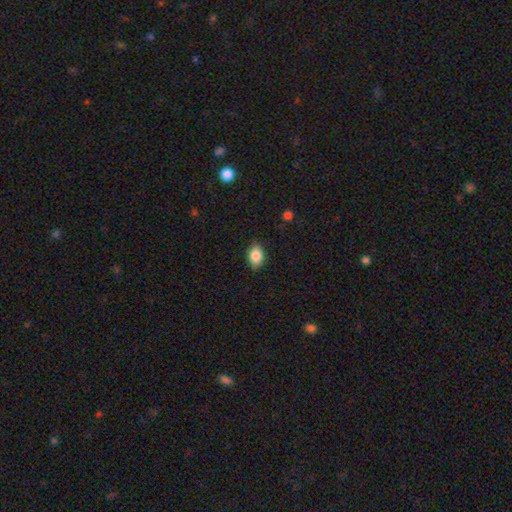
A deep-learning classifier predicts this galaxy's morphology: Smooth or featured: smooth — 85% (star or artifact — 8%)
How rounded: in between — 80% (round — 18%)
Merging: none — 84% (minor disturbance — 13%)